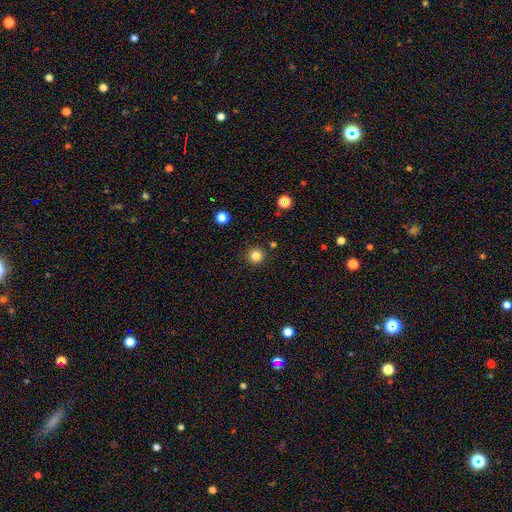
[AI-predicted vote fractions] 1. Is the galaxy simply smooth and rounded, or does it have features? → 83% smooth, 13% star or artifact, 4% featured or disk.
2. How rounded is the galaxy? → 95% round, 4% in between, 1% cigar-shaped.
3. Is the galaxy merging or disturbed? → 90% none, 6% minor disturbance, 2% major disturbance, 2% merger.